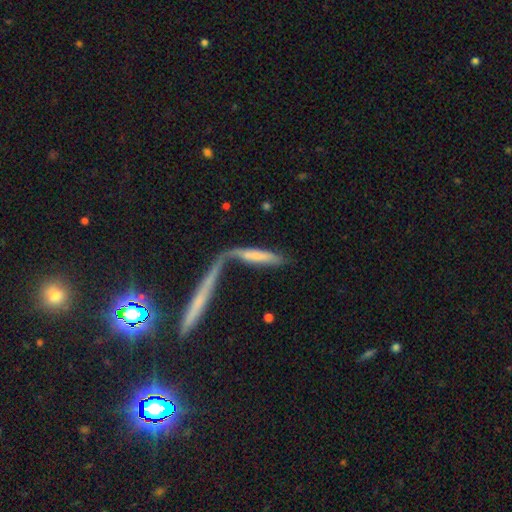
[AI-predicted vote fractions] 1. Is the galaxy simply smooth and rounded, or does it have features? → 59% smooth, 34% featured or disk, 7% star or artifact.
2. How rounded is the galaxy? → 83% cigar-shaped, 14% in between, 3% round.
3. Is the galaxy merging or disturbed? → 47% merger, 29% none, 13% major disturbance, 11% minor disturbance.